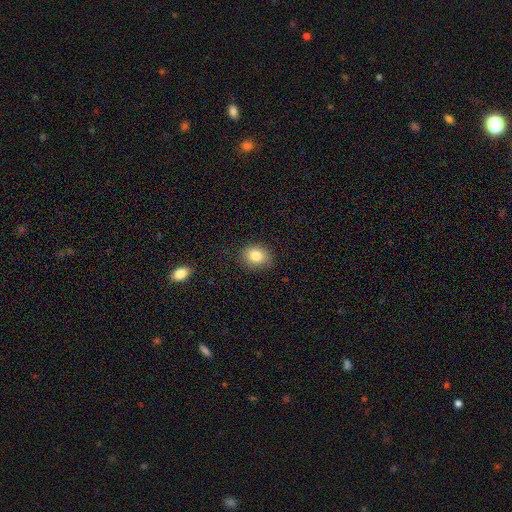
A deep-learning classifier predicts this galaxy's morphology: type=smooth (83%); roundness=in between (50%); merging=none (84%).